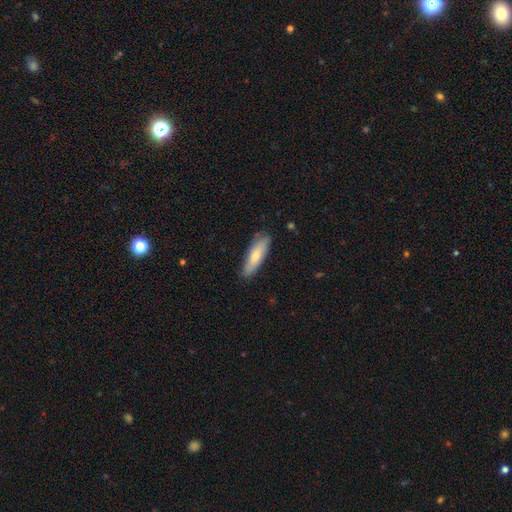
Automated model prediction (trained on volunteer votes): smooth-or-featured: smooth: 71% | featured or disk: 23% | star or artifact: 5%
  how-rounded: cigar-shaped: 59% | in between: 40% | round: 2%
  merging: none: 81% | minor disturbance: 15% | major disturbance: 3% | merger: 1%